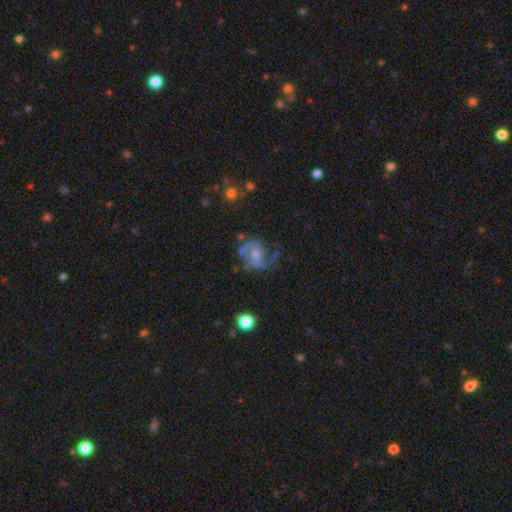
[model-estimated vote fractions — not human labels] A featured or disk galaxy (78%) with a weak bar (48%), 2 (75%) medium (51%) spiral arms (88%) and a moderate central bulge (45%). Merging: none (49%).